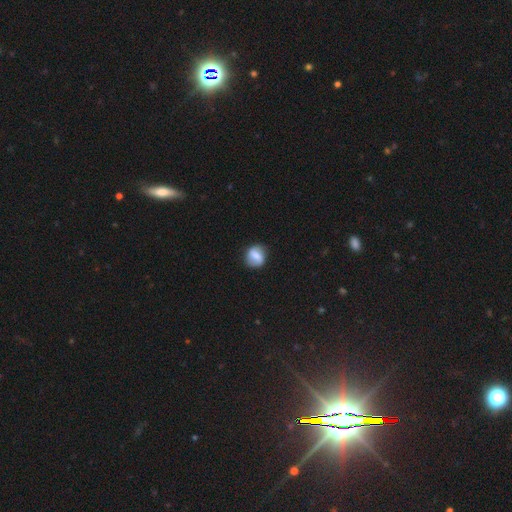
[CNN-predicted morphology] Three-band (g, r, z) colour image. It shows a smooth galaxy with no disk features (55%) that is round (76%). Merging: none (81%).